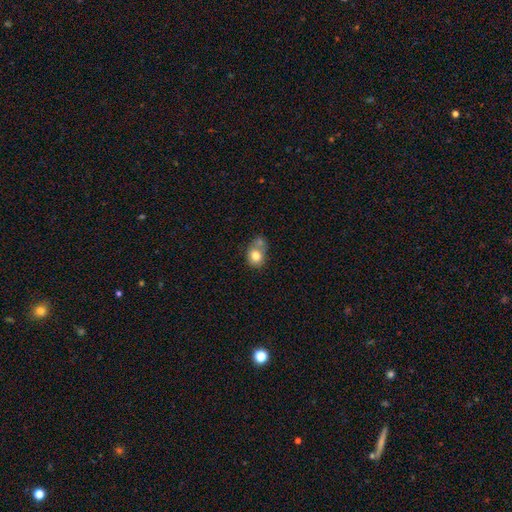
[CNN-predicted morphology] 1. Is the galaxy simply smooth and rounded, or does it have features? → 78% smooth, 14% featured or disk, 9% star or artifact.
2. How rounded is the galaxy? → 58% round, 41% in between, 1% cigar-shaped.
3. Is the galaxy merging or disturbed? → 42% merger, 34% none, 16% minor disturbance, 8% major disturbance.